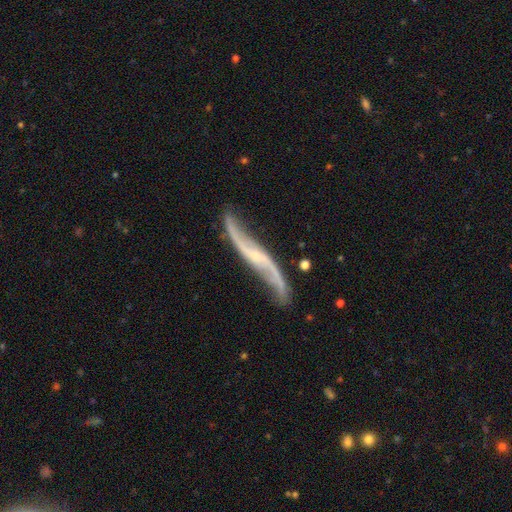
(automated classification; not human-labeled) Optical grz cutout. It shows a featured or disk galaxy (87%) with no bar (47%), 2 (93%) loose (89%) spiral arms (95%) and a small central bulge (62%). Merging: none (70%).